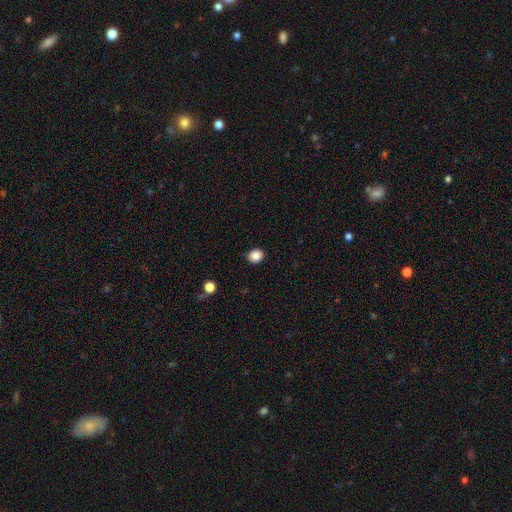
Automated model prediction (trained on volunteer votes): Smooth or featured: smooth — 87% (star or artifact — 10%)
How rounded: round — 77% (in between — 22%)
Merging: none — 90% (minor disturbance — 7%)